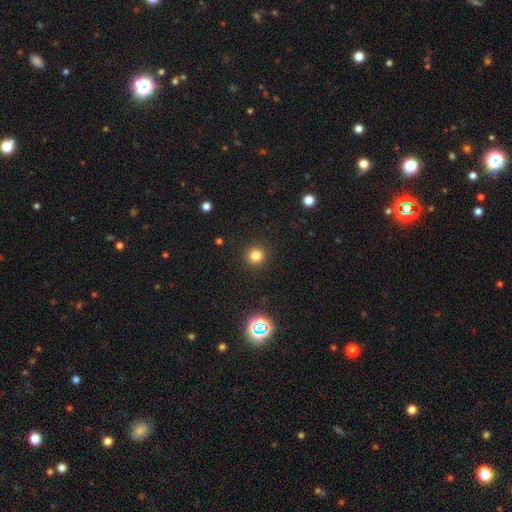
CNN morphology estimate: Overall: smooth (80%). How rounded: round (94%). Merging: none (92%).